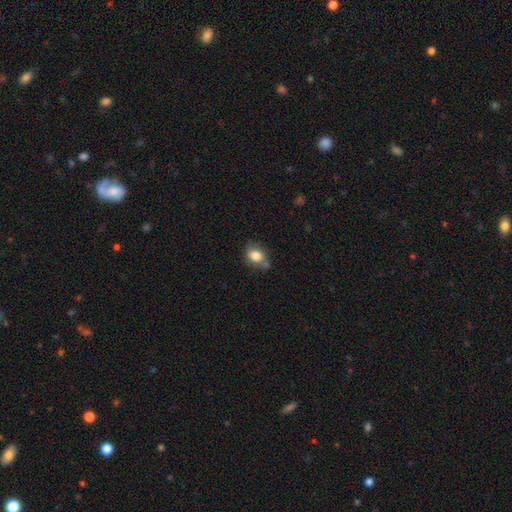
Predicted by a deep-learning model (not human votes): smooth 80%, featured or disk 11%, star or artifact 9%. Down the decision tree: how rounded — in between (60%); merging — none (56%).